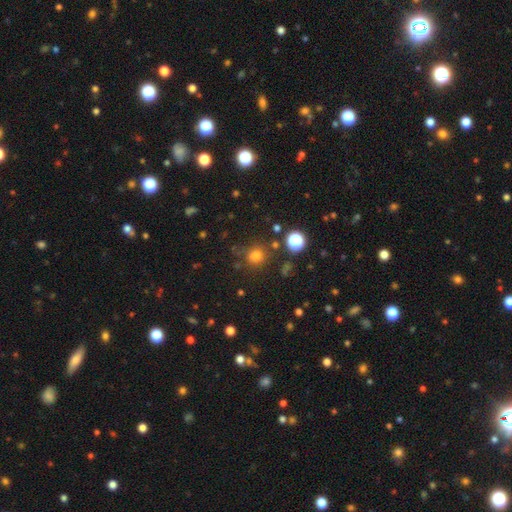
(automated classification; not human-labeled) A smooth galaxy with no disk features (71%) that is round (80%). Merging: none (73%).